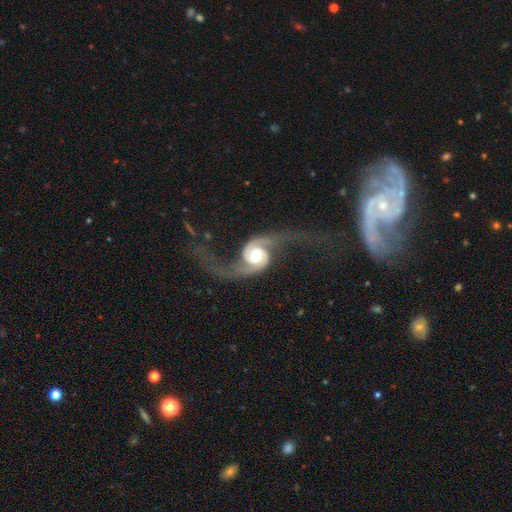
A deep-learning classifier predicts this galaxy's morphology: This is clearly a featured or disk galaxy (92%). It is clearly not viewed edge-on (97%). Bar: possibly no (53%). Spiral arm pattern: clearly yes (98%). Spiral arm count: clearly 2 (94%). Spiral winding: likely loose (69%). Central bulge: likely moderate (67%). Merging: possibly none (59%).